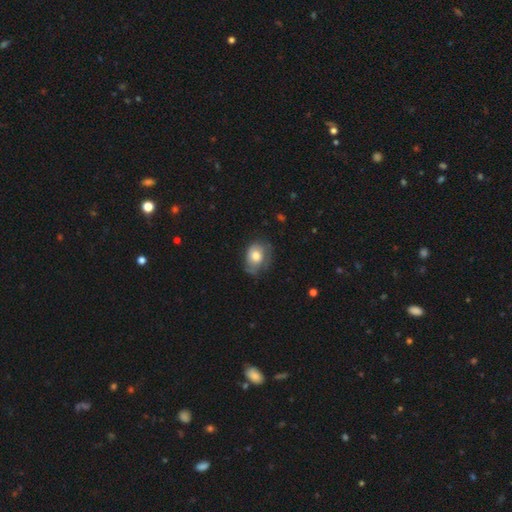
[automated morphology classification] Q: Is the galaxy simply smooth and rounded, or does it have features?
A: smooth — 62%.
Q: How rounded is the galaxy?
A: in between — 62%.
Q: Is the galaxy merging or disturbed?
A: none — 51%.